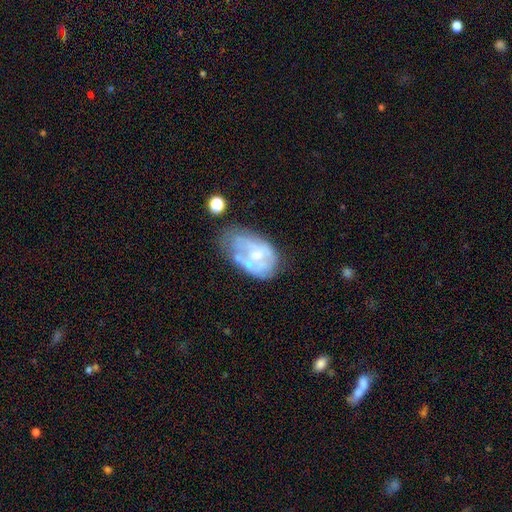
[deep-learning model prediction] Smooth or featured: featured or disk — 57% (smooth — 35%)
Edge-on disk: no — 97% (yes — 3%)
Bar: no — 77% (weak — 19%)
Spiral arms: no — 72% (yes — 28%)
Bulge size: small — 45% (moderate — 34%)
Merging: minor disturbance — 33% (none — 31%)